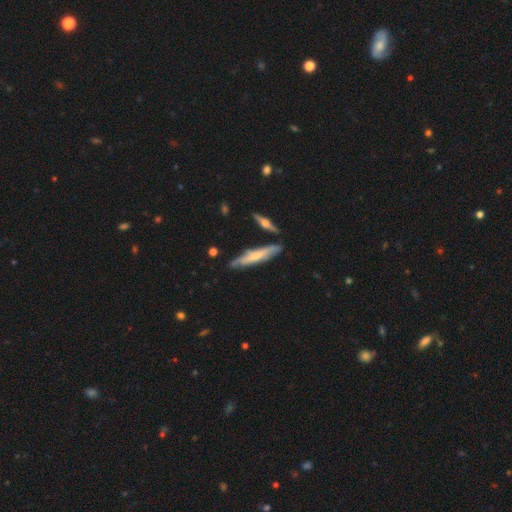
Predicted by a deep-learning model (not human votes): This appears to be a featured or disk galaxy (53%) viewed edge-on (74%). Merging: none (71%).